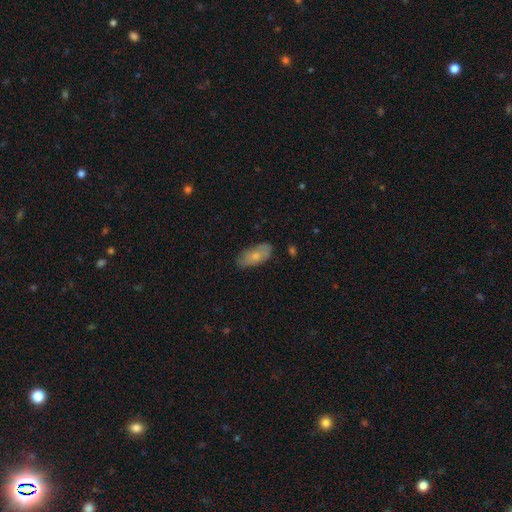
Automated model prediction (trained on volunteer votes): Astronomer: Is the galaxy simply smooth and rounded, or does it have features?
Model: smooth — 69%.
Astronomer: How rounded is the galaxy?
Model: in between — 90%.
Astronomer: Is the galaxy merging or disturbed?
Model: none — 75%.